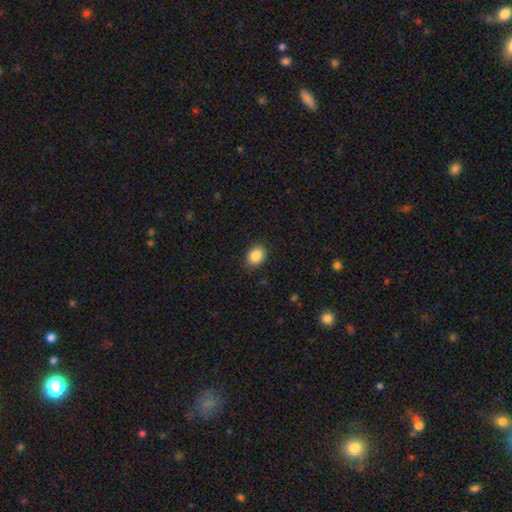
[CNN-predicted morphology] Smooth or featured: smooth — 87% (star or artifact — 8%)
How rounded: in between — 52% (round — 47%)
Merging: none — 88% (minor disturbance — 9%)